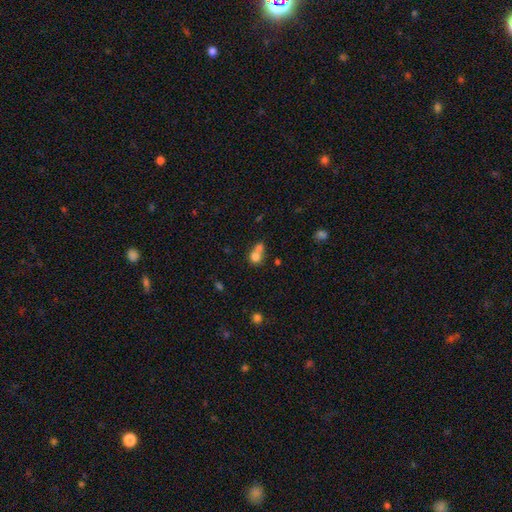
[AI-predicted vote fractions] Smooth or featured: smooth — 73% (featured or disk — 15%)
How rounded: round — 71% (in between — 27%)
Merging: merger — 61% (none — 27%)